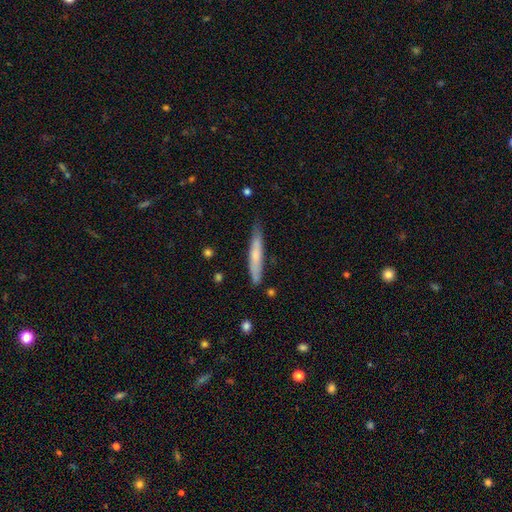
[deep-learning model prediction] A smooth galaxy with no disk features (60%) that is cigar-shaped (94%). Merging: none (78%).